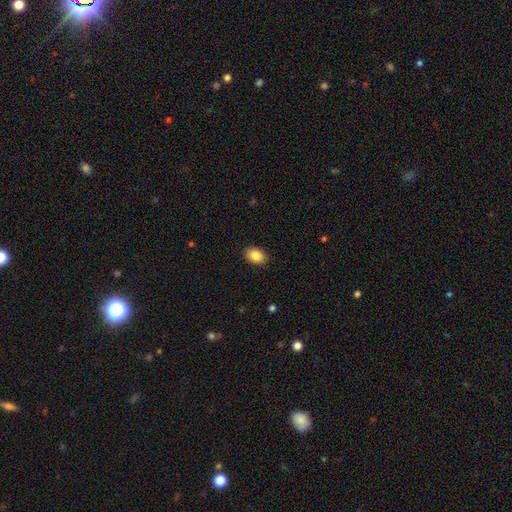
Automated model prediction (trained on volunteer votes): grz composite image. It shows a smooth galaxy with no disk features (87%) that is in between round and cigar-shaped (81%). Merging: none (89%).